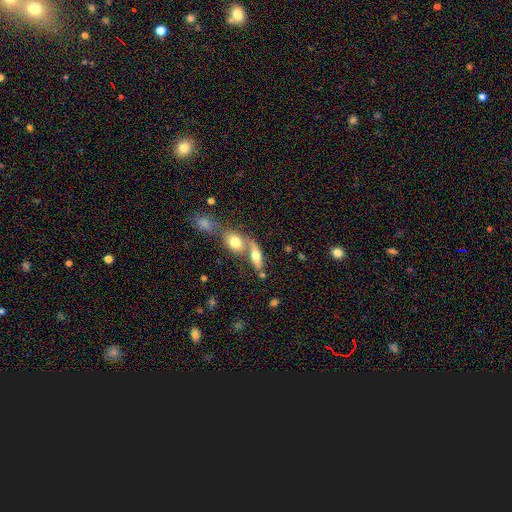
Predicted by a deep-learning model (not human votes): Overall: smooth (58%; featured or disk 33%). How rounded: in between (66%). Merging: merger (51%; none 36%).